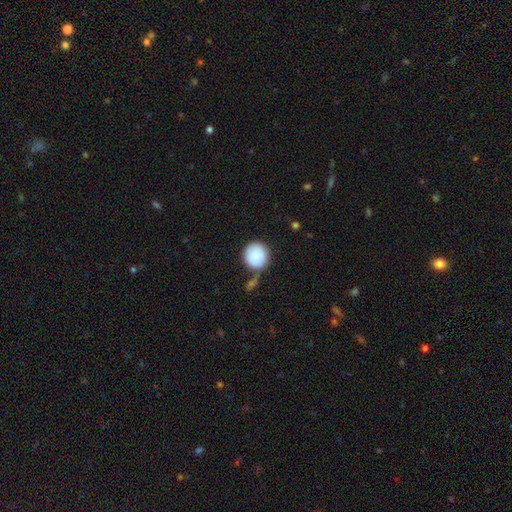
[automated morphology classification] smooth-or-featured: smooth: 87% | featured or disk: 7% | star or artifact: 6%
  how-rounded: round: 90% | in between: 9% | cigar-shaped: 1%
  merging: none: 54% | minor disturbance: 20% | merger: 18% | major disturbance: 8%